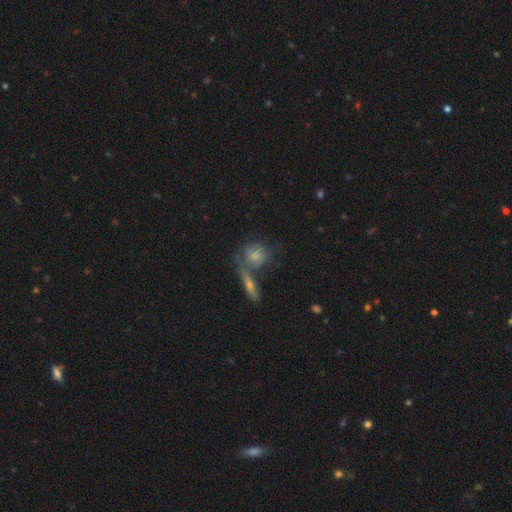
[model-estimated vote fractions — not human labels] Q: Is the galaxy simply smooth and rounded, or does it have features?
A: smooth — 54%.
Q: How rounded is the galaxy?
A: round — 61%.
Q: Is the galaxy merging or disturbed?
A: none — 44%.